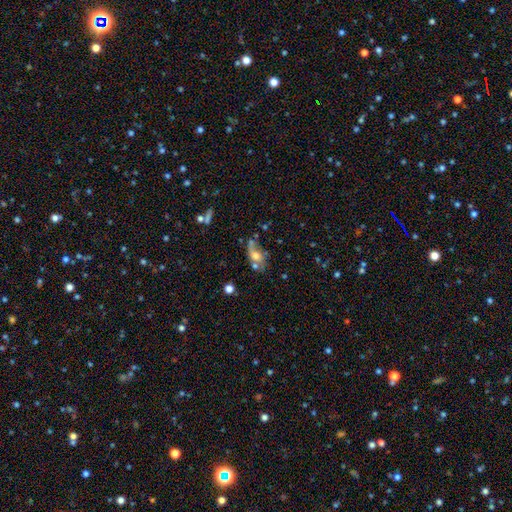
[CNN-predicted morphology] Smooth or featured? featured or disk (44%)
Merging? none (40%)